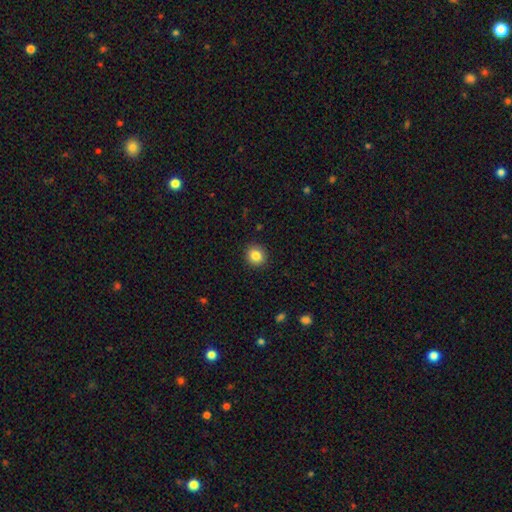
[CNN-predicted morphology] The model was most divided on "smooth or featured": smooth: 85%, star or artifact: 10%, featured or disk: 5%. More confident: merging — none (92%); how rounded — round (87%).